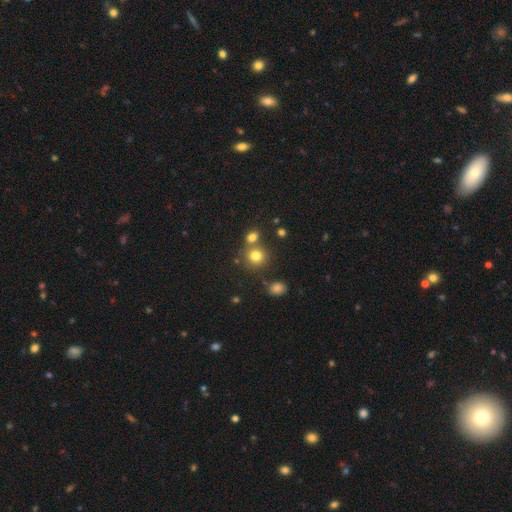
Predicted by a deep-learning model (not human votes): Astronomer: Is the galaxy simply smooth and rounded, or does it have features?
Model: smooth — 78%.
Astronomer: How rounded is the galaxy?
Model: round — 86%.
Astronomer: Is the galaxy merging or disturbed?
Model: none — 65%.